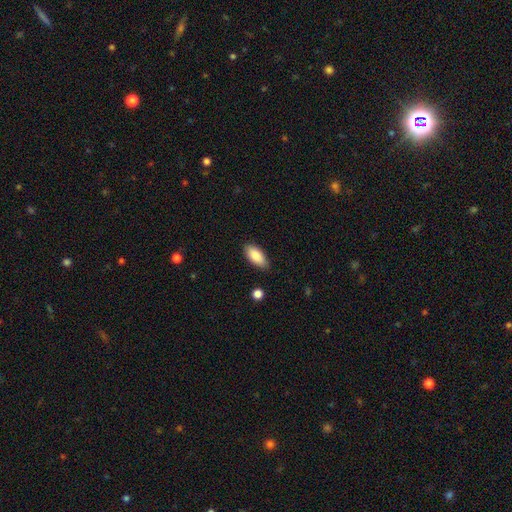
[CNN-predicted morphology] The model was most divided on "merging": none: 83%, minor disturbance: 13%, major disturbance: 2%, merger: 1%. More confident: how rounded — in between (91%); smooth or featured — smooth (87%).